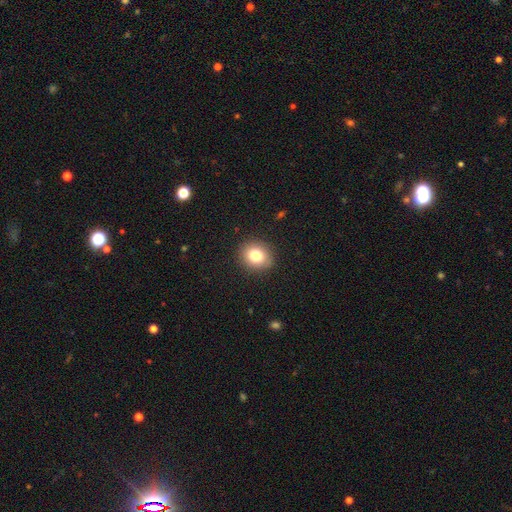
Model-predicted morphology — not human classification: smooth 80%, star or artifact 11%, featured or disk 9%. Down the decision tree: how rounded — round (69%); merging — none (89%).